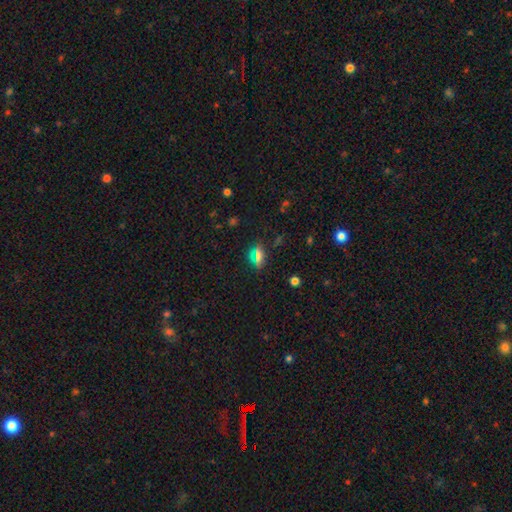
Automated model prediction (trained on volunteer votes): This appears to be a smooth galaxy with no disk features (56%) that is round (46%). Merging: none (84%).